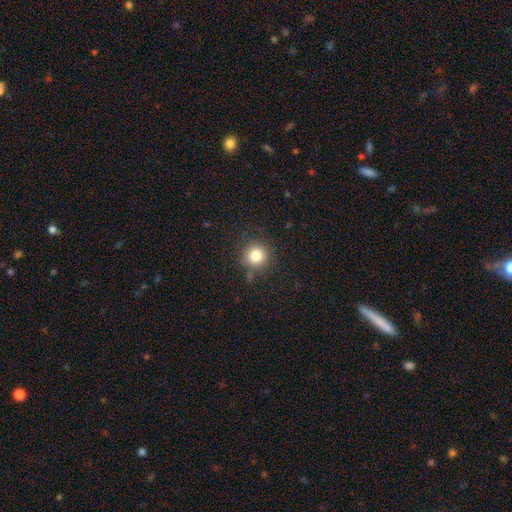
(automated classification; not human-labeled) Smooth or featured? smooth (81%)
How rounded? round (94%)
Merging? none (84%)